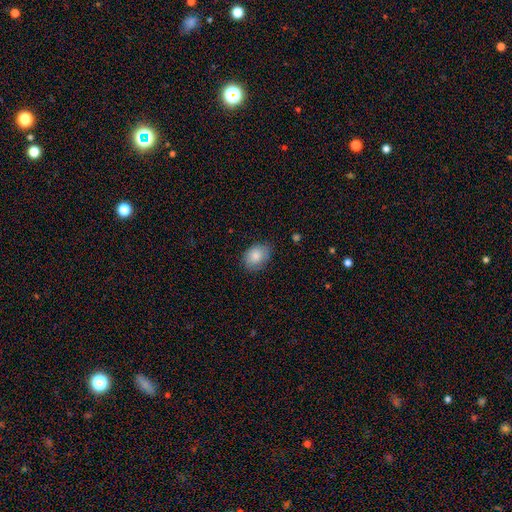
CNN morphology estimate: smooth-or-featured: smooth: 84% | featured or disk: 9% | star or artifact: 7%
  how-rounded: in between: 74% | round: 25% | cigar-shaped: 1%
  merging: none: 78% | minor disturbance: 17% | major disturbance: 4% | merger: 1%